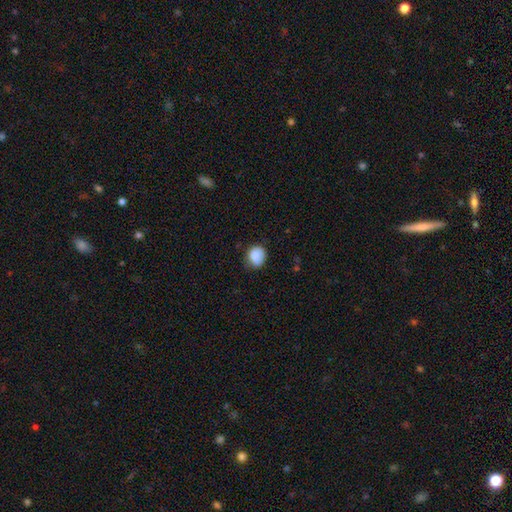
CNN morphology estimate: Overall: smooth (85%). How rounded: round (60%; in between 39%). Merging: none (66%; minor disturbance 26%).